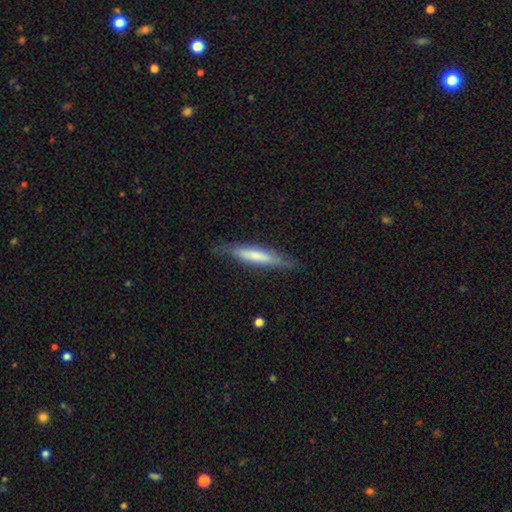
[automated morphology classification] This is possibly a smooth galaxy (57%). How rounded: clearly cigar-shaped (86%). Merging: likely none (76%).